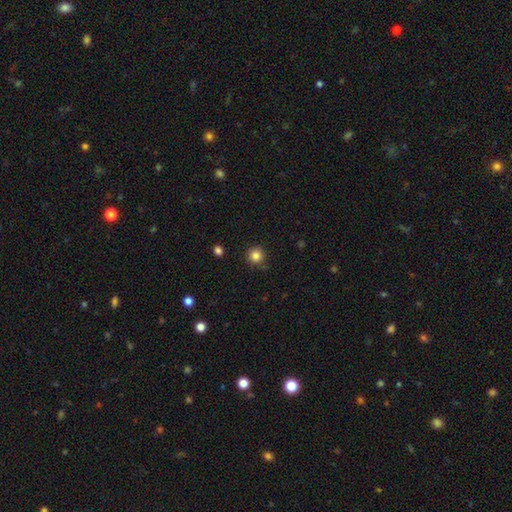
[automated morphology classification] A smooth galaxy with no disk features (83%) that is round (94%).

Vote fractions:
- Smooth or featured? smooth: 83% / star or artifact: 12% / featured or disk: 5%
- How rounded? round: 94% / in between: 5% / cigar-shaped: 1%
- Merging? none: 85% / minor disturbance: 10% / major disturbance: 2% / merger: 2%